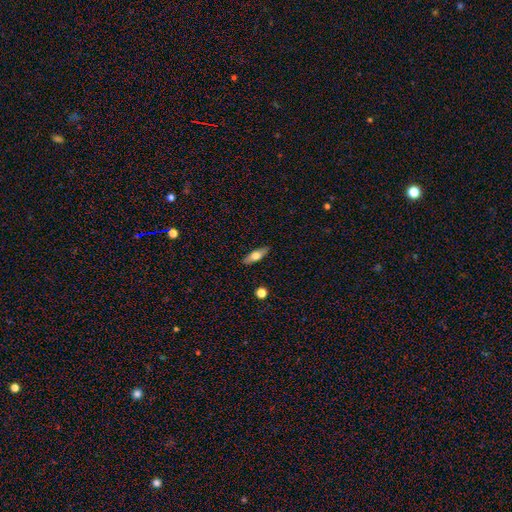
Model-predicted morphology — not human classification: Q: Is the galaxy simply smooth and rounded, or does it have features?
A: smooth — 57%.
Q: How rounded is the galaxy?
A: in between — 51%.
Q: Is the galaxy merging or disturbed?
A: none — 88%.